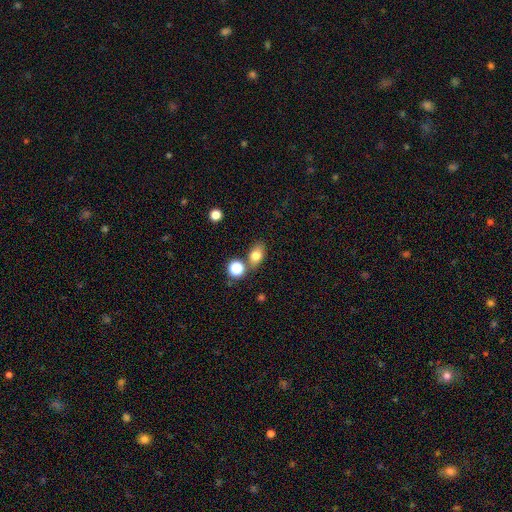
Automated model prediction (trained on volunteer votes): Smooth or featured? smooth (78%)
How rounded? in between (74%)
Merging? none (70%)